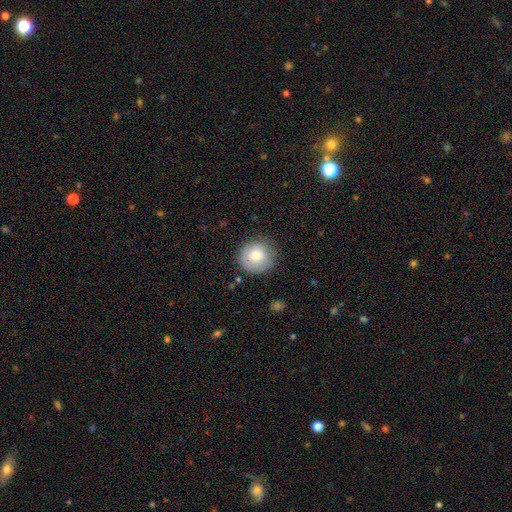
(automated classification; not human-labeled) smooth-or-featured: smooth: 79% | featured or disk: 13% | star or artifact: 8%
  how-rounded: round: 93% | in between: 6% | cigar-shaped: 1%
  merging: none: 79% | minor disturbance: 15% | major disturbance: 4% | merger: 2%